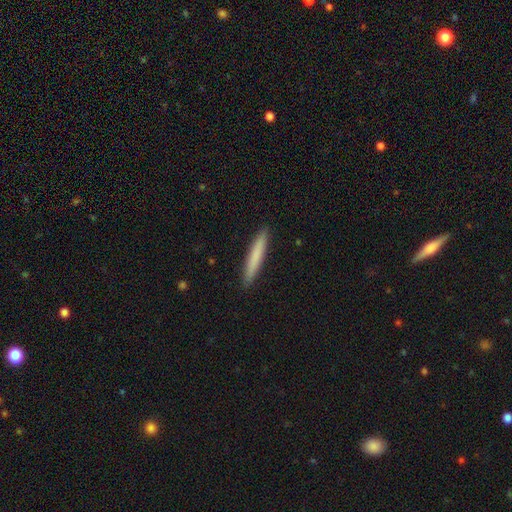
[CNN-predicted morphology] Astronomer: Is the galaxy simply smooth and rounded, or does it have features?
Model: smooth — 76%.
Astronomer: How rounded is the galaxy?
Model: cigar-shaped — 96%.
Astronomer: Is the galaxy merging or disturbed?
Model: none — 92%.